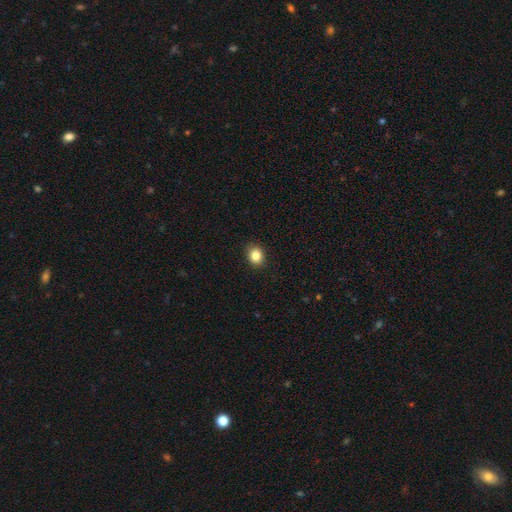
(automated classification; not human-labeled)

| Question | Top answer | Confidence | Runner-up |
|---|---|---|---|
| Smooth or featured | smooth | 85% | star or artifact (10%) |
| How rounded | round | 63% | in between (36%) |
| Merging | none | 88% | minor disturbance (9%) |